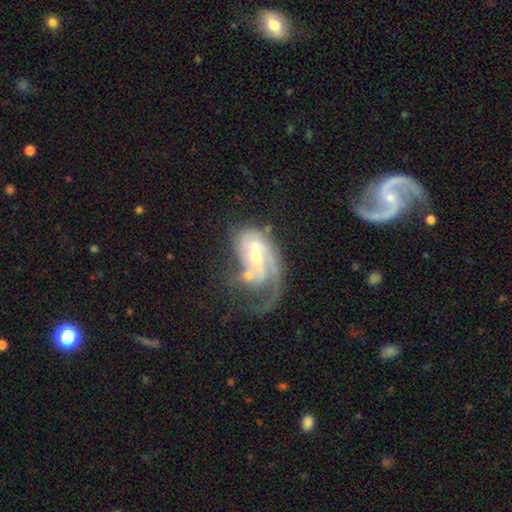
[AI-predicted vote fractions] Smooth or featured: featured or disk — 76% (smooth — 17%)
Edge-on disk: no — 96% (yes — 4%)
Bar: no — 51% (weak — 38%)
Spiral arms: yes — 82% (no — 18%)
Spiral winding: medium — 36% (loose — 33%)
Spiral arm count: 1 — 56% (can't tell — 19%)
Bulge size: moderate — 57% (small — 34%)
Merging: major disturbance — 38% (merger — 27%)